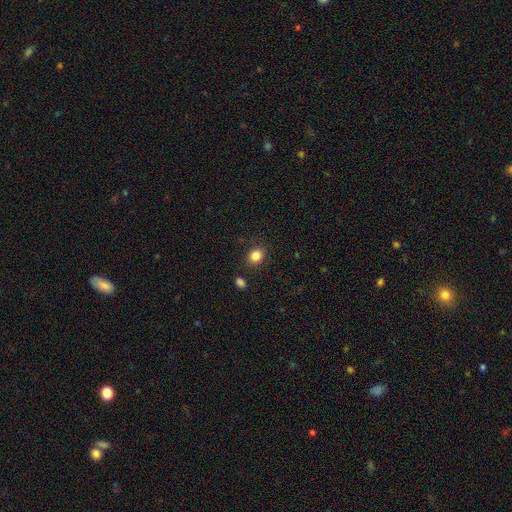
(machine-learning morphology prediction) smooth-or-featured: smooth: 84% | star or artifact: 11% | featured or disk: 5%
  how-rounded: round: 58% | in between: 41% | cigar-shaped: 1%
  merging: none: 85% | minor disturbance: 9% | merger: 3% | major disturbance: 3%